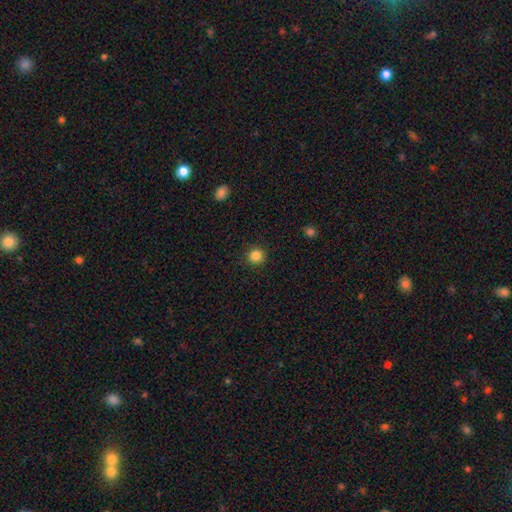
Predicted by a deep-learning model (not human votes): Overall: smooth (85%). How rounded: round (93%). Merging: none (91%).